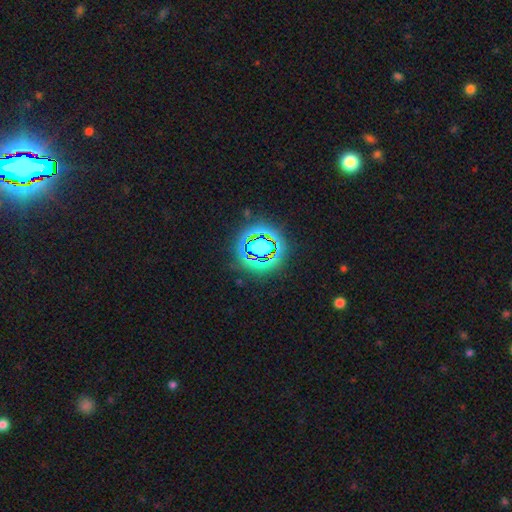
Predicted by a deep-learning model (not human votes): A star or artifact, not a galaxy (66%).

Vote fractions:
- Smooth or featured? star or artifact: 66% / smooth: 22% / featured or disk: 13%